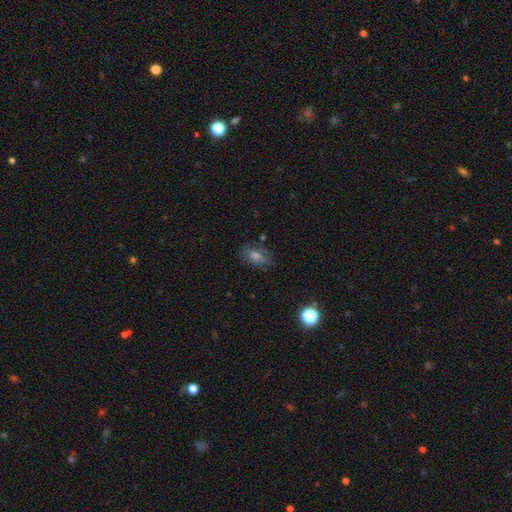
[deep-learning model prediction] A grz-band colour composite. It shows a smooth galaxy with no disk features (49%). Merging: none (70%).